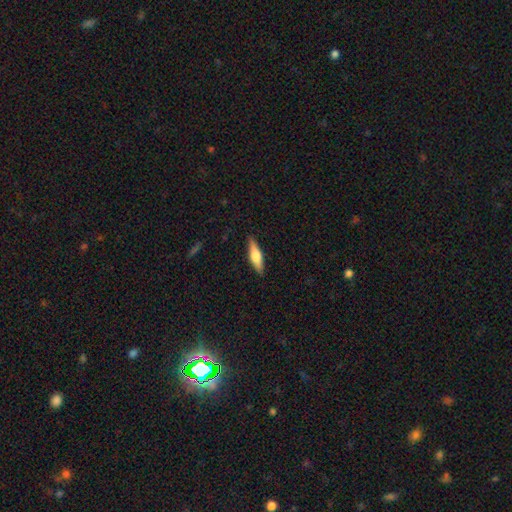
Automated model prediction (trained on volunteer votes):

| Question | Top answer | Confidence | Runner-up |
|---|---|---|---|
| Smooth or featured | smooth | 48% | featured or disk (46%) |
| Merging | none | 88% | minor disturbance (9%) |